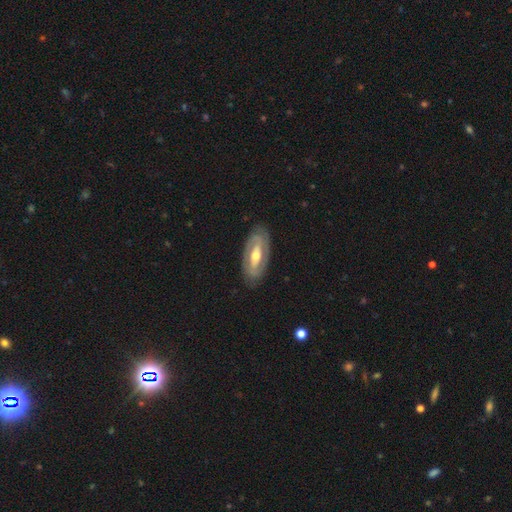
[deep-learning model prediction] Smooth or featured?
  - featured or disk: 74% *
  - smooth: 22%
  - star or artifact: 4%
Edge-on disk?
  - no: 88% *
  - yes: 12%
Bar?
  - strong: 42% *
  - weak: 30%
  - no: 28%
Spiral arms?
  - yes: 61% *
  - no: 39%
Bulge size?
  - moderate: 70% *
  - small: 21%
  - large: 7%
  - none: 1%
  - dominant: 1%
Merging?
  - none: 83% *
  - minor disturbance: 12%
  - major disturbance: 4%
  - merger: 1%